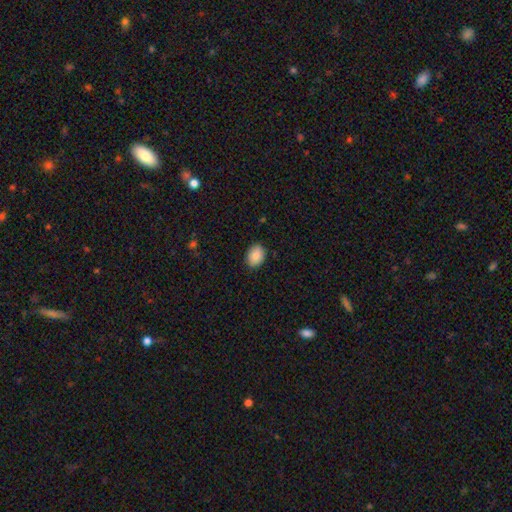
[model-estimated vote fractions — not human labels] This is clearly a smooth galaxy (89%). How rounded: likely in between (72%). Merging: clearly none (88%).